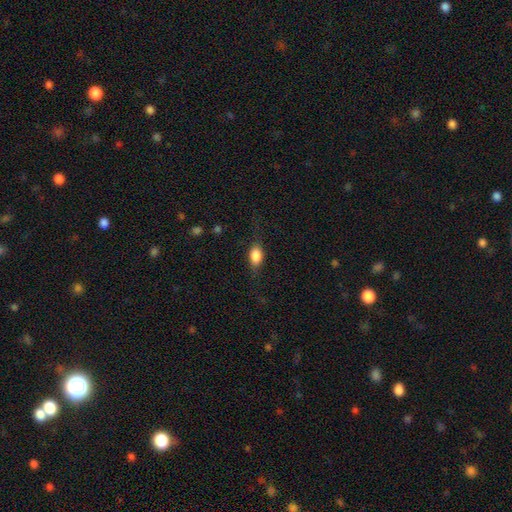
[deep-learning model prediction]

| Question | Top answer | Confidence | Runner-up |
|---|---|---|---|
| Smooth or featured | smooth | 80% | featured or disk (12%) |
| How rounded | in between | 83% | round (11%) |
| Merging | none | 72% | minor disturbance (18%) |